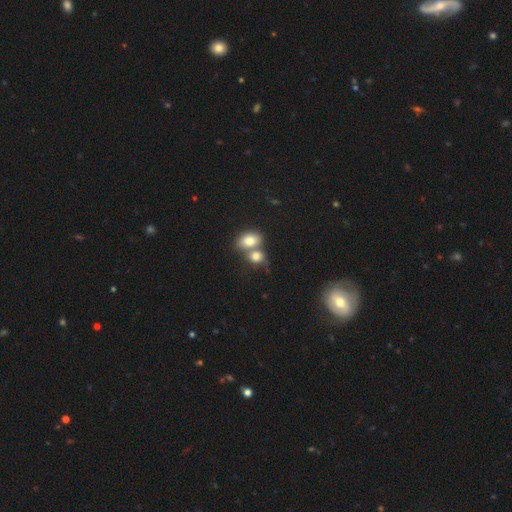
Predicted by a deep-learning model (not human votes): Smooth or featured: smooth — 55% (star or artifact — 22%)
How rounded: in between — 51% (round — 43%)
Merging: none — 46% (merger — 40%)